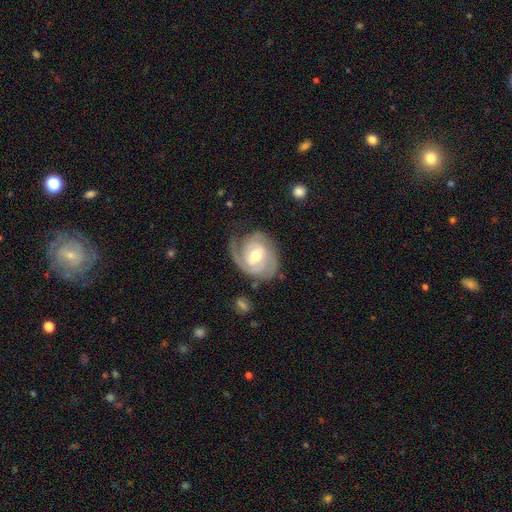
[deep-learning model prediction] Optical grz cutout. It shows a featured or disk galaxy (84%) with a weak bar (47%), 2 (39%) tight (62%) spiral arms (94%) and a moderate central bulge (73%). Merging: none (59%).